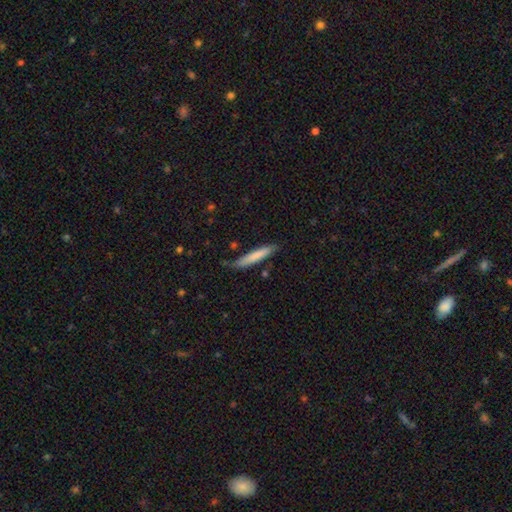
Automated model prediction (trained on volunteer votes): Smooth or featured? Predicted: smooth (p=0.77). How rounded? Predicted: cigar-shaped (p=0.93). Merging? Predicted: none (p=0.79).